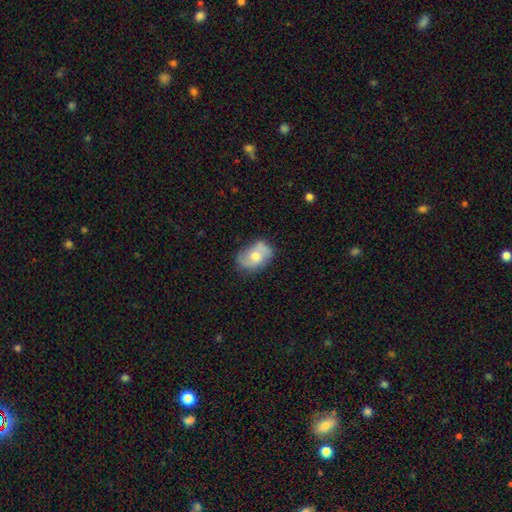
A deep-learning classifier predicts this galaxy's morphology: A featured or disk galaxy (56%) with no bar (66%), spiral arms (82%) and a moderate central bulge (69%).

Vote fractions:
- Smooth or featured? featured or disk: 56% / smooth: 37% / star or artifact: 7%
- Edge-on disk? no: 96% / yes: 4%
- Bar? no: 66% / weak: 29% / strong: 5%
- Spiral arms? yes: 82% / no: 18%
- Bulge size? moderate: 69% / small: 23% / large: 6% / none: 2% / dominant: 1%
- Merging? none: 70% / minor disturbance: 22% / major disturbance: 6% / merger: 3%